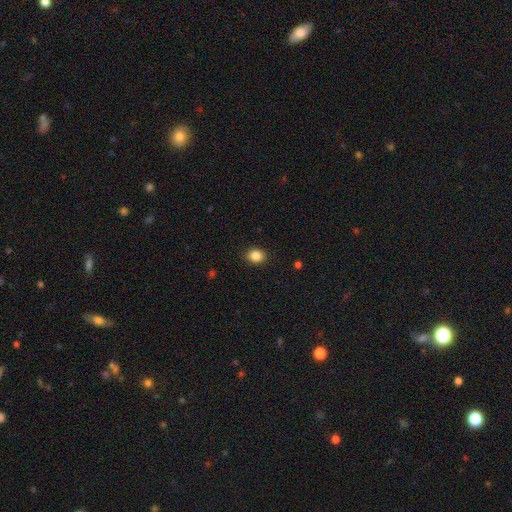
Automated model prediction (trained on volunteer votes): Smooth or featured?
  - smooth: 86% *
  - star or artifact: 10%
  - featured or disk: 4%
How rounded?
  - round: 56% *
  - in between: 44%
  - cigar-shaped: 1%
Merging?
  - none: 89% *
  - minor disturbance: 8%
  - major disturbance: 2%
  - merger: 1%